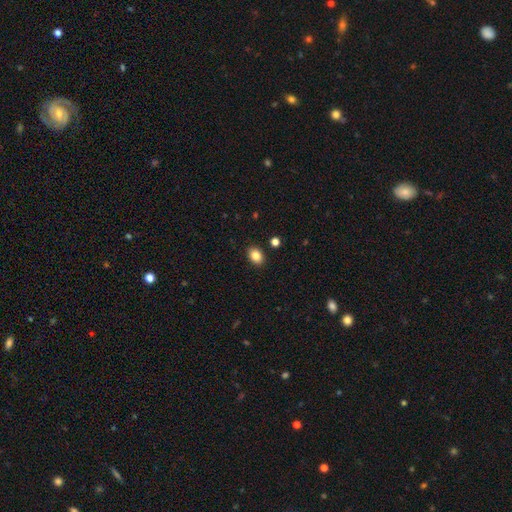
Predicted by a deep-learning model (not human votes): Smooth or featured? Predicted: smooth (p=0.85). How rounded? Predicted: in between (p=0.64). Merging? Predicted: none (p=0.89).